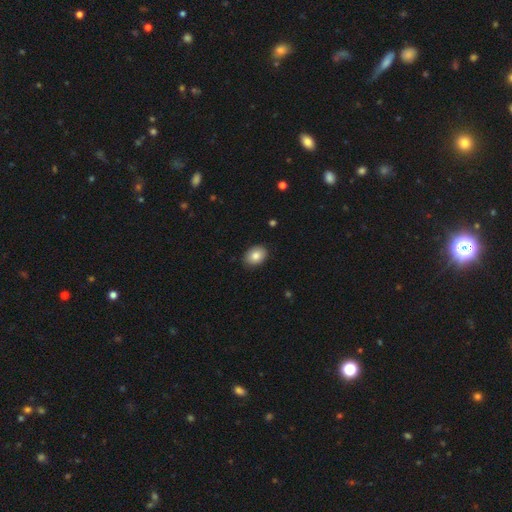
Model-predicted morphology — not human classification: type=smooth (85%); roundness=in between (75%); merging=none (88%).